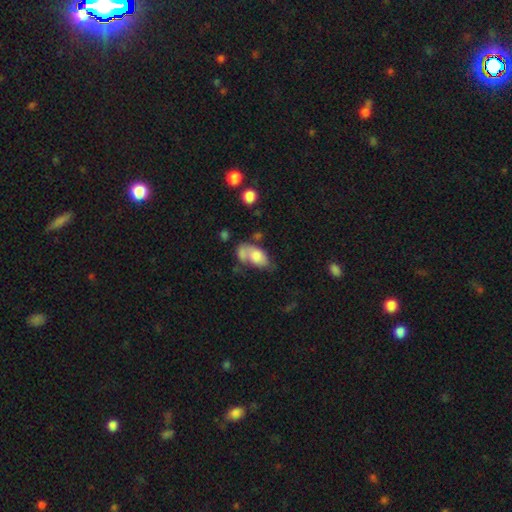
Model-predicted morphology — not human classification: Overall: smooth (67%). How rounded: in between (90%). Merging: merger (34%; none 27%).